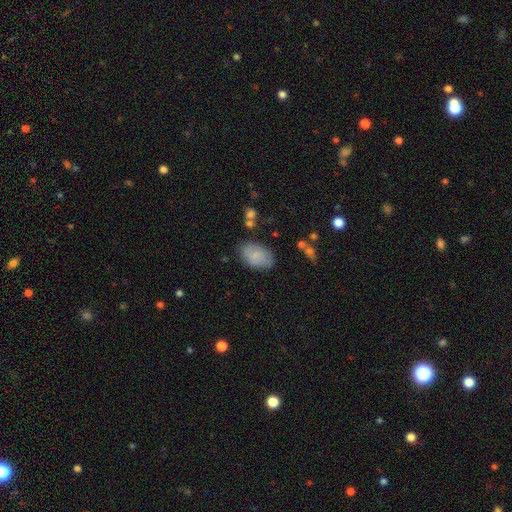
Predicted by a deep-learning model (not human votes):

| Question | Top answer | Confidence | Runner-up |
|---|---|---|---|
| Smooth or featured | smooth | 75% | featured or disk (17%) |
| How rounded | in between | 89% | round (9%) |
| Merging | none | 78% | minor disturbance (16%) |